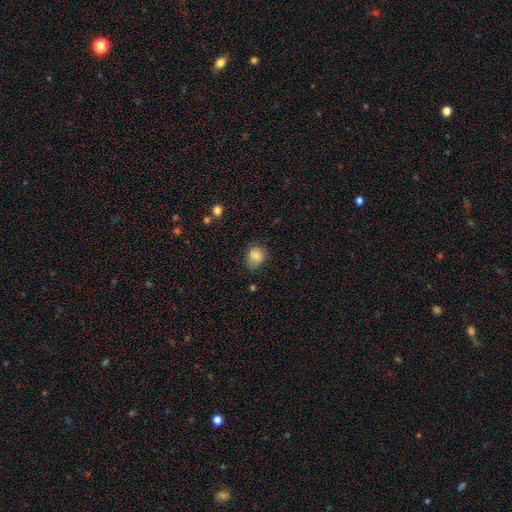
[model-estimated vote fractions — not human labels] Morphology: type=smooth (81%); roundness=round (67%); merging=none (65%).